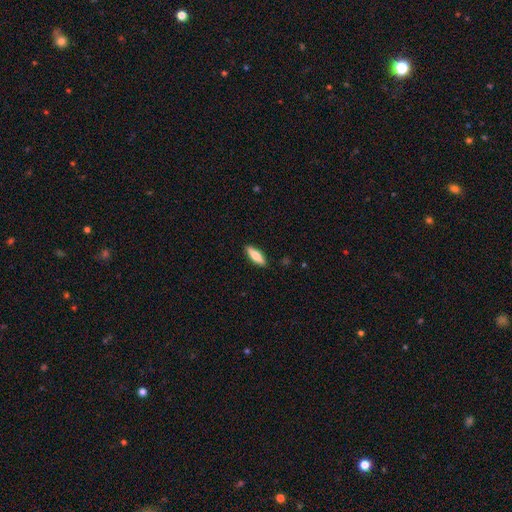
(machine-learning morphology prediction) Smooth or featured?
  - smooth: 69% *
  - featured or disk: 25%
  - star or artifact: 6%
How rounded?
  - cigar-shaped: 53% *
  - in between: 45%
  - round: 2%
Merging?
  - none: 89% *
  - minor disturbance: 8%
  - major disturbance: 2%
  - merger: 1%